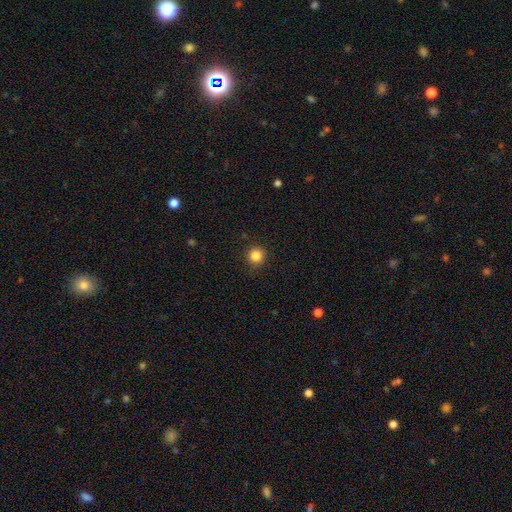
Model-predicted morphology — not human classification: Smooth or featured?
  - smooth: 85% *
  - star or artifact: 11%
  - featured or disk: 4%
How rounded?
  - round: 94% *
  - in between: 5%
  - cigar-shaped: 1%
Merging?
  - none: 89% *
  - minor disturbance: 7%
  - major disturbance: 2%
  - merger: 1%